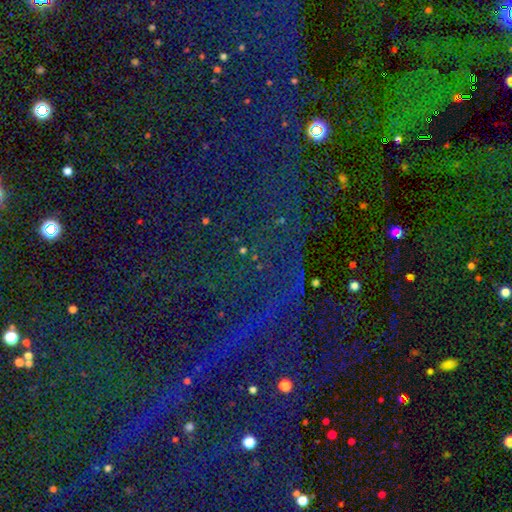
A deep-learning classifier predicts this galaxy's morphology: Overall: star or artifact (85%).